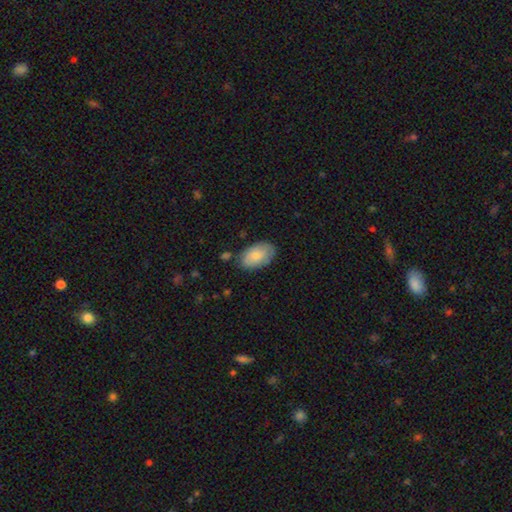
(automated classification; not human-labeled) Smooth or featured?
  - smooth: 78% *
  - featured or disk: 17%
  - star or artifact: 6%
How rounded?
  - in between: 93% *
  - round: 6%
  - cigar-shaped: 1%
Merging?
  - none: 75% *
  - minor disturbance: 18%
  - major disturbance: 4%
  - merger: 3%